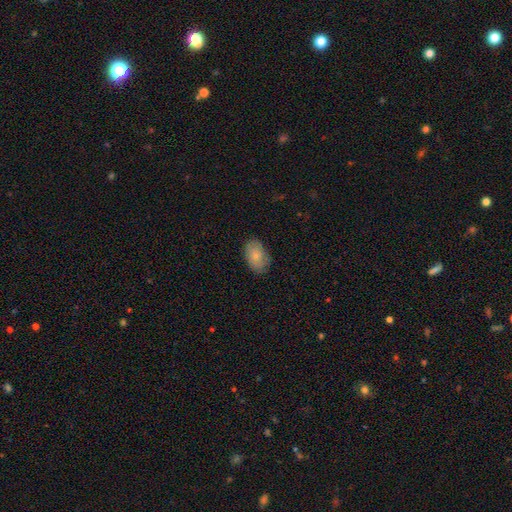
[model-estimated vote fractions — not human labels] This is likely a smooth galaxy (78%). How rounded: clearly in between (86%). Merging: clearly none (81%).